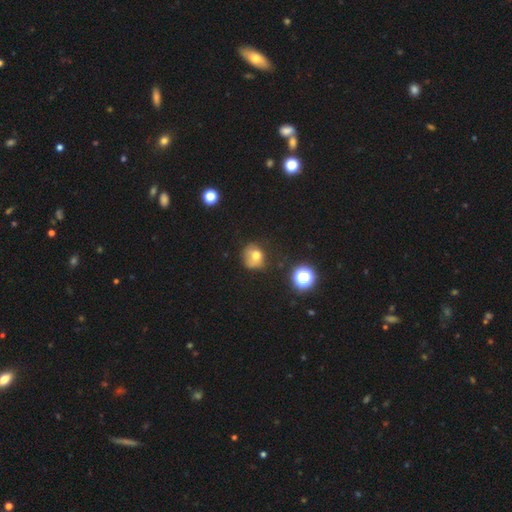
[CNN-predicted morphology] A smooth galaxy with no disk features (67%) that is round (74%). Merging: none (51%).